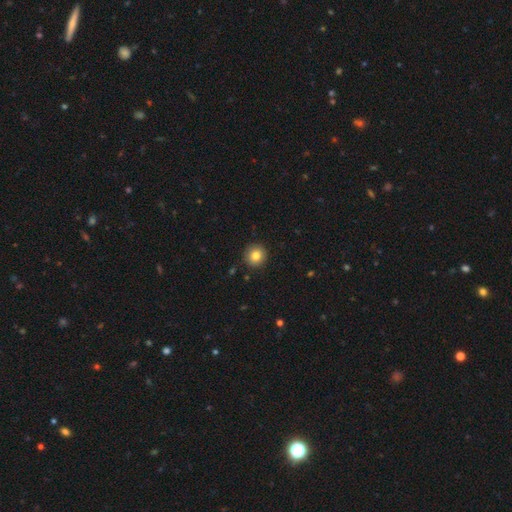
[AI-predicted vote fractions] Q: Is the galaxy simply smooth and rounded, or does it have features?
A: smooth — 82%.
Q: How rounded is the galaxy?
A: round — 93%.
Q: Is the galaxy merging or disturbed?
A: none — 91%.